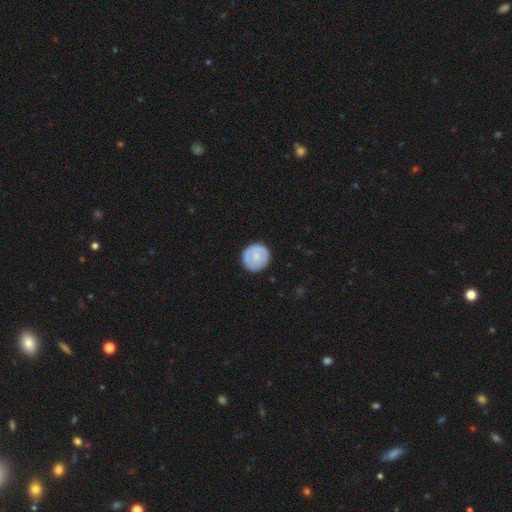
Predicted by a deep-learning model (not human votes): A smooth galaxy with no disk features (65%) that is round (93%).

Vote fractions:
- Smooth or featured? smooth: 65% / featured or disk: 29% / star or artifact: 6%
- How rounded? round: 93% / in between: 6% / cigar-shaped: 1%
- Merging? none: 85% / minor disturbance: 11% / major disturbance: 3% / merger: 1%